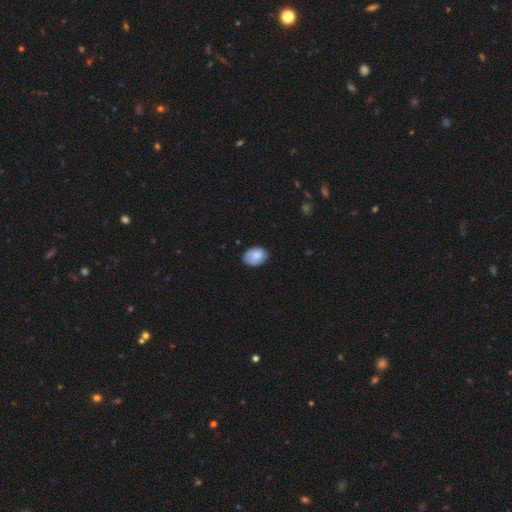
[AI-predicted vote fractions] smooth-or-featured: smooth: 84% | featured or disk: 9% | star or artifact: 7%
  how-rounded: in between: 76% | round: 23% | cigar-shaped: 1%
  merging: none: 75% | minor disturbance: 21% | major disturbance: 3% | merger: 1%